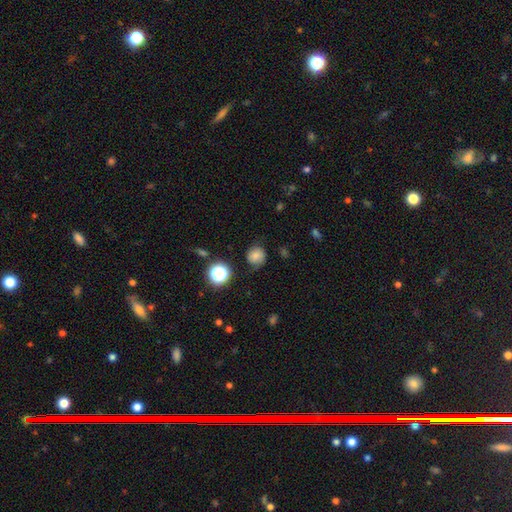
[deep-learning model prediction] Smooth or featured? Predicted: smooth (p=0.72). How rounded? Predicted: round (p=0.88). Merging? Predicted: none (p=0.73).